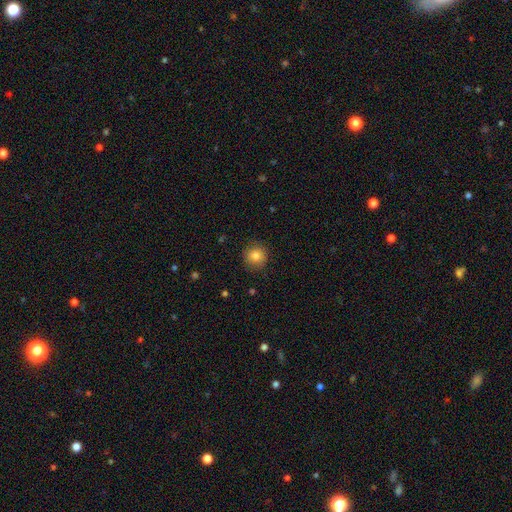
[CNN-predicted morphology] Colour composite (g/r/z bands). It shows a smooth galaxy with no disk features (83%) that is round (93%). Merging: none (88%).